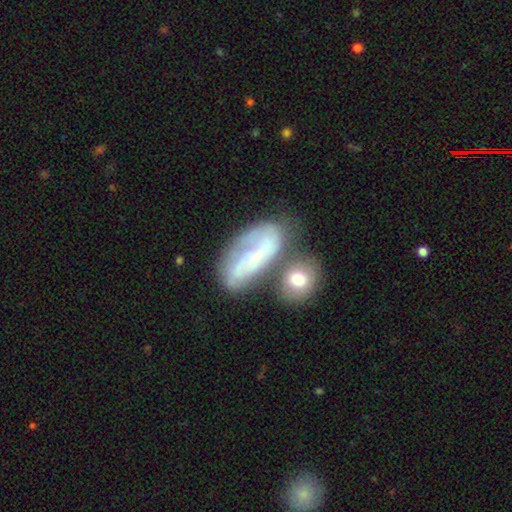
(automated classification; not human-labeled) featured or disk 57%, smooth 35%, star or artifact 8%. Down the decision tree: edge-on disk — no (90%); bar — no (50%); spiral arms — yes (69%); bulge size — small (51%); merging — none (38%).